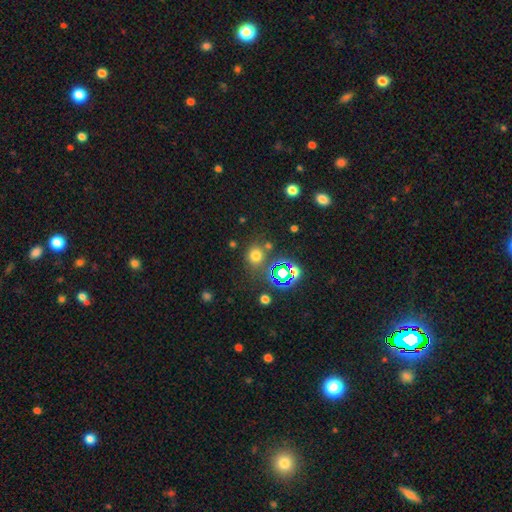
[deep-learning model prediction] smooth-or-featured: smooth: 64% | star or artifact: 28% | featured or disk: 7%
  how-rounded: round: 81% | in between: 18% | cigar-shaped: 1%
  merging: none: 75% | minor disturbance: 11% | merger: 9% | major disturbance: 5%